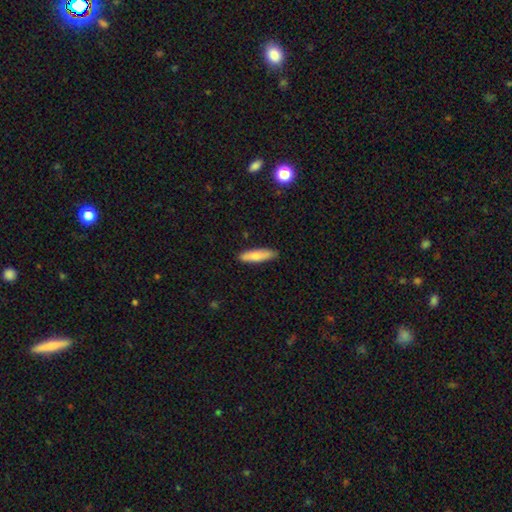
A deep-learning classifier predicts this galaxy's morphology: Q: Smooth or featured?
A: smooth (78%); runner-up: featured or disk (17%)
Q: How rounded?
A: cigar-shaped (70%); runner-up: in between (28%)
Q: Merging?
A: none (88%); runner-up: minor disturbance (9%)